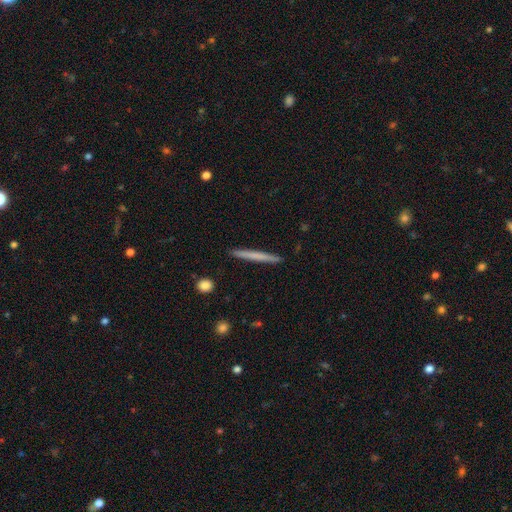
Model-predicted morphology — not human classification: Q: Smooth or featured?
A: smooth (62%); runner-up: featured or disk (33%)
Q: How rounded?
A: cigar-shaped (97%); runner-up: in between (2%)
Q: Merging?
A: none (92%); runner-up: minor disturbance (6%)